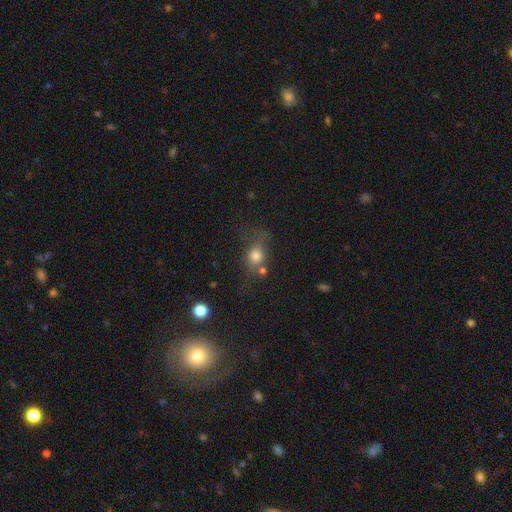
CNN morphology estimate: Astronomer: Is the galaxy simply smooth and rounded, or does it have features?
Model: smooth — 74%.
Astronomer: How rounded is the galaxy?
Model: round — 55% (runner-up: in between, 42%).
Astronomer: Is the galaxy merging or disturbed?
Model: none — 54%.